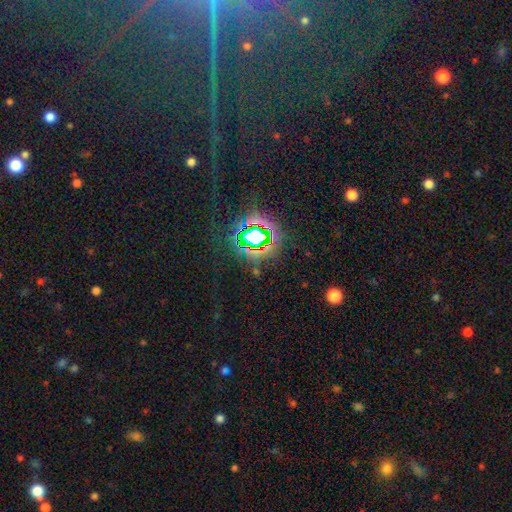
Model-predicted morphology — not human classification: Overall: star or artifact (82%).